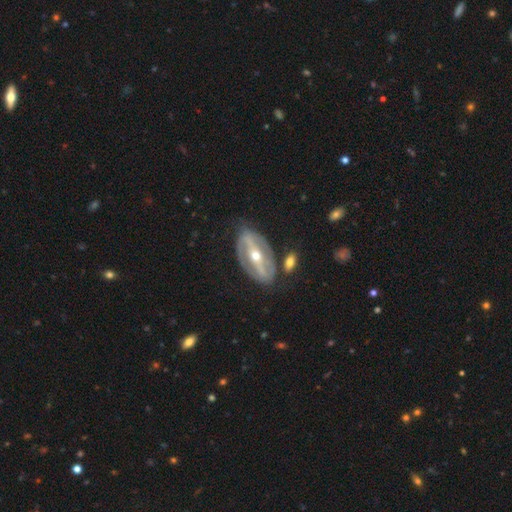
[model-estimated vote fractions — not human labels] A featured or disk galaxy (84%) with a strong bar (73%), spiral arms (66%) and a moderate central bulge (55%).

Vote fractions:
- Smooth or featured? featured or disk: 84% / smooth: 10% / star or artifact: 5%
- Edge-on disk? no: 88% / yes: 12%
- Bar? strong: 73% / weak: 15% / no: 11%
- Spiral arms? yes: 66% / no: 34%
- Bulge size? moderate: 55% / small: 42% / large: 2% / dominant: 1% / none: 1%
- Merging? none: 74% / minor disturbance: 15% / major disturbance: 7% / merger: 4%